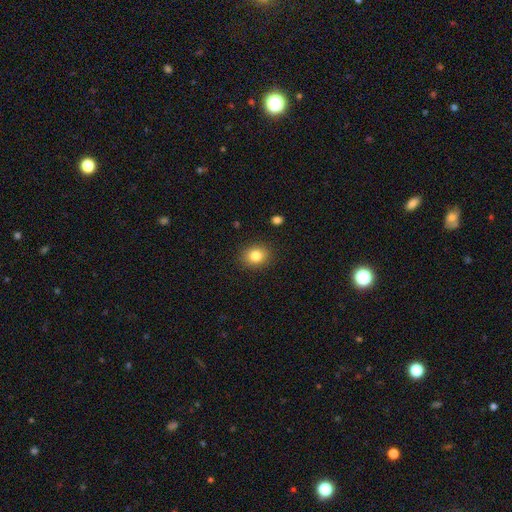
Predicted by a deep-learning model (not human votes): The model was most divided on "how rounded": round: 61%, in between: 38%, cigar-shaped: 1%. More confident: merging — none (88%); smooth or featured — smooth (83%).